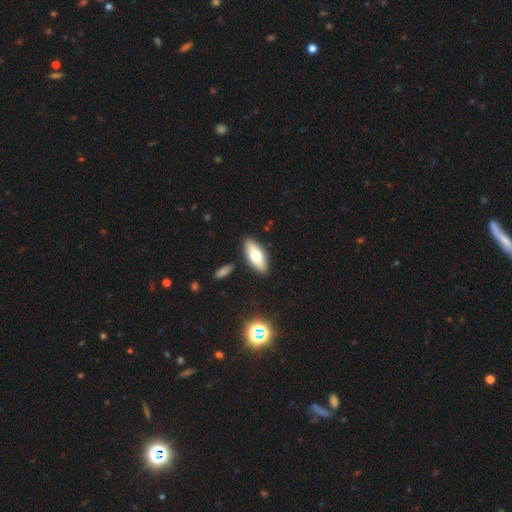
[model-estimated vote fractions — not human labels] Smooth or featured: smooth — 67% (featured or disk — 26%)
How rounded: in between — 79% (cigar-shaped — 18%)
Merging: none — 87% (minor disturbance — 8%)